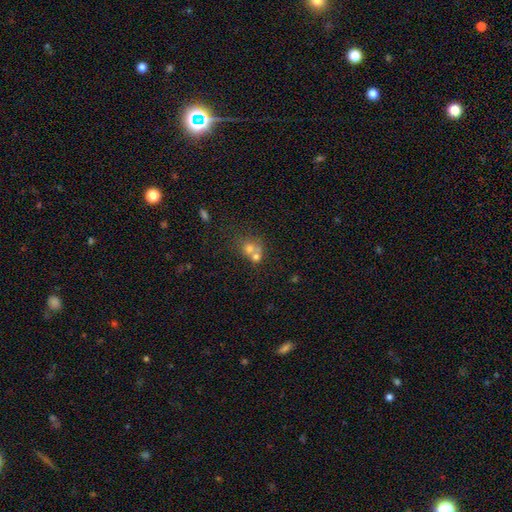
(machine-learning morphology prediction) smooth-or-featured: smooth: 63% | featured or disk: 22% | star or artifact: 15%
  how-rounded: round: 74% | in between: 25% | cigar-shaped: 1%
  merging: merger: 61% | none: 29% | minor disturbance: 7% | major disturbance: 4%